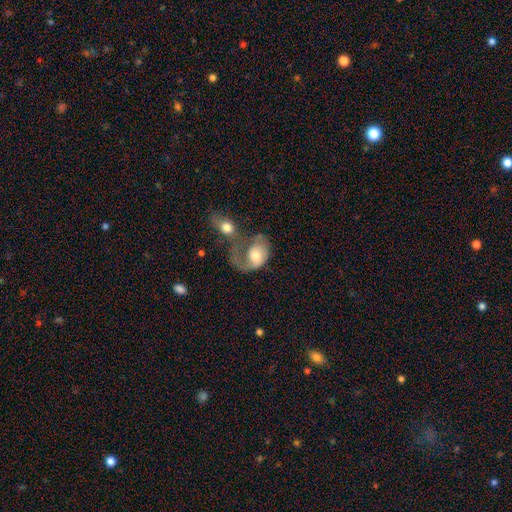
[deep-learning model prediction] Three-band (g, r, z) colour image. It shows a featured or disk galaxy (51%). Merging: merger (49%).